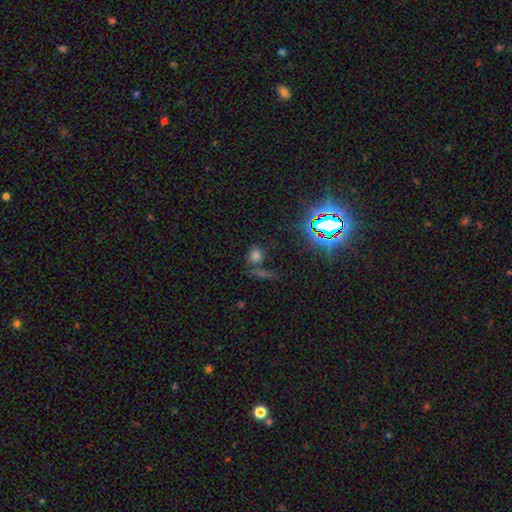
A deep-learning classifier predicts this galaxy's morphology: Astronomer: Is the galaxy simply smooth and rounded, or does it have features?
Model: smooth — 63%.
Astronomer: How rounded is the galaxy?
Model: round — 64%.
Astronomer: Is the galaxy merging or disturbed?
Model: none — 60%.